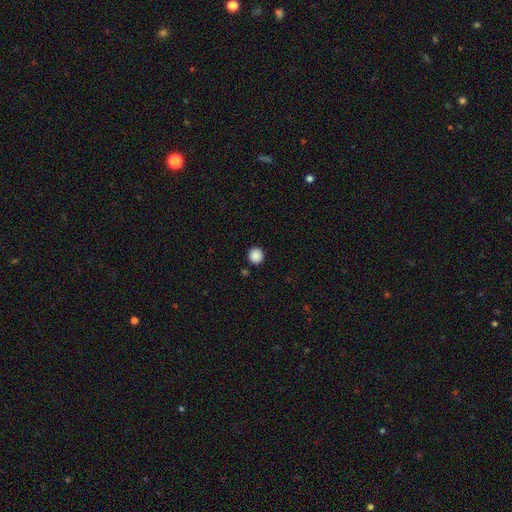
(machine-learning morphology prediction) Q: Smooth or featured?
A: smooth (89%); runner-up: star or artifact (9%)
Q: How rounded?
A: round (94%); runner-up: in between (5%)
Q: Merging?
A: none (90%); runner-up: minor disturbance (5%)